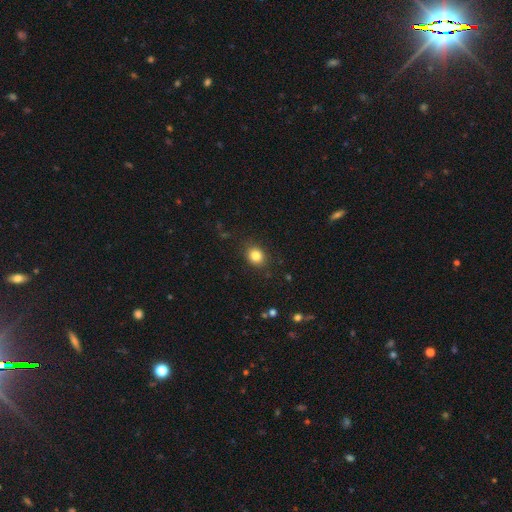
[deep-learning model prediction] Smooth or featured: smooth — 83% (star or artifact — 11%)
How rounded: round — 59% (in between — 40%)
Merging: none — 87% (minor disturbance — 9%)